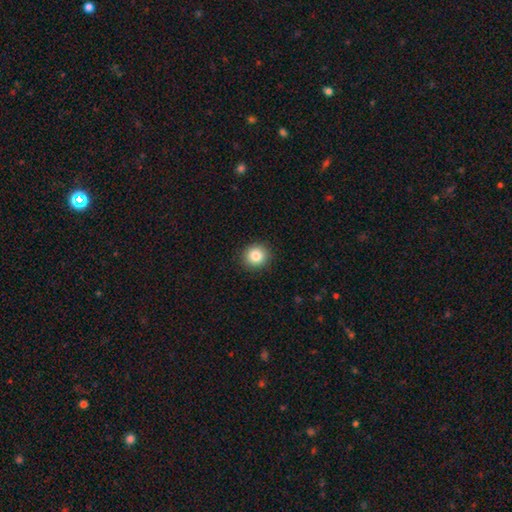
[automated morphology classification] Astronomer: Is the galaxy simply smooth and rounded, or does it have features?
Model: smooth — 85%.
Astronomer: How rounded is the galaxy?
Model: round — 90%.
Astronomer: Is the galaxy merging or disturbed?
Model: none — 91%.